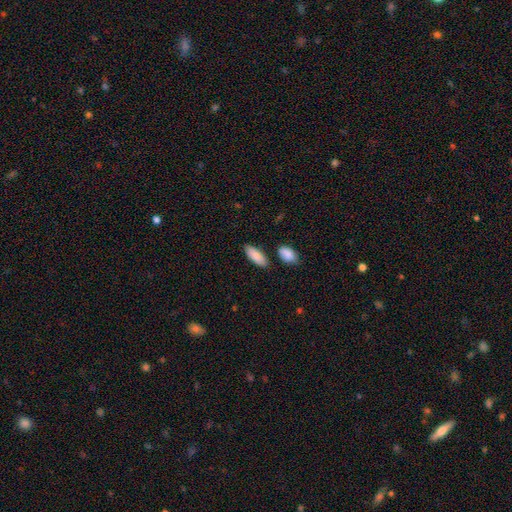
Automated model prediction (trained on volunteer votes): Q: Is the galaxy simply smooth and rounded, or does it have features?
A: smooth — 87%.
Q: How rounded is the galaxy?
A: in between — 78%.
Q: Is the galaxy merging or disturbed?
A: none — 82%.